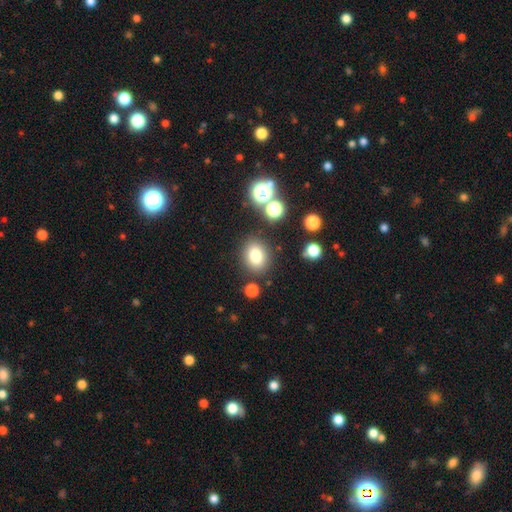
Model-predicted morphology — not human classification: This appears to be a smooth galaxy with no disk features (79%) that is in between round and cigar-shaped (49%, tied with round). Merging: none (83%).